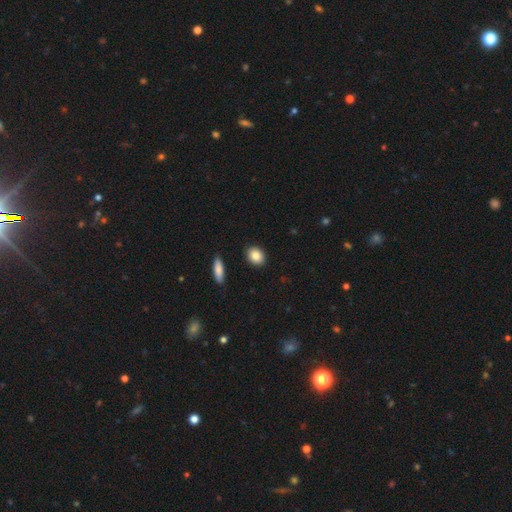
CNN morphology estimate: smooth-or-featured: smooth: 86% | star or artifact: 7% | featured or disk: 6%
  how-rounded: in between: 59% | round: 38% | cigar-shaped: 2%
  merging: none: 89% | minor disturbance: 7% | major disturbance: 2% | merger: 2%